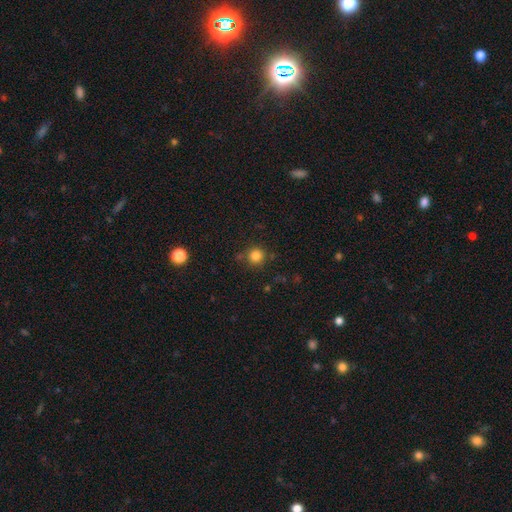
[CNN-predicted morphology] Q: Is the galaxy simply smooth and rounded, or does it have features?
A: smooth — 82%.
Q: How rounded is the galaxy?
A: round — 94%.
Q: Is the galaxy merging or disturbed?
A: none — 81%.